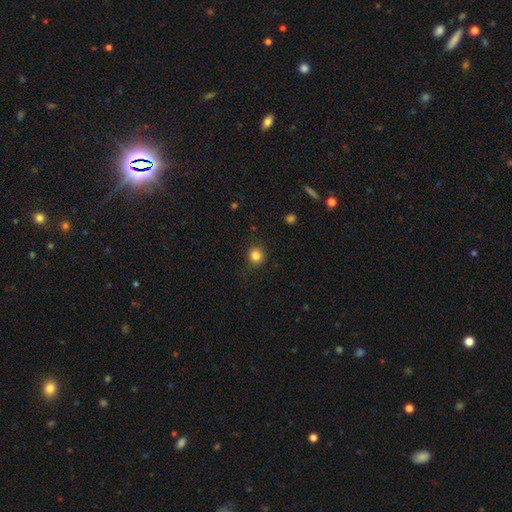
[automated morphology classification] smooth 84%, star or artifact 11%, featured or disk 5%. Down the decision tree: how rounded — round (88%); merging — none (88%).